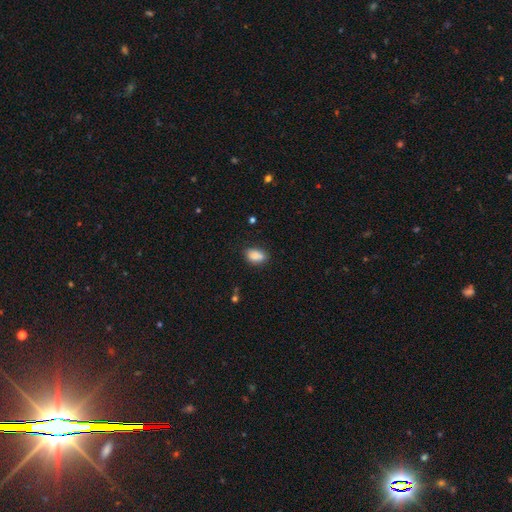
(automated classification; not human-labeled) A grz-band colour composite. It shows a smooth galaxy with no disk features (86%) that is in between round and cigar-shaped (87%). Merging: none (74%).